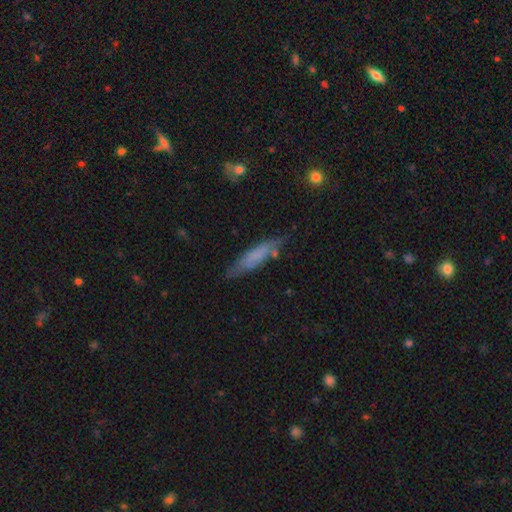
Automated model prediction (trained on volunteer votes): Smooth or featured? smooth (62%)
How rounded? cigar-shaped (80%)
Merging? none (70%)